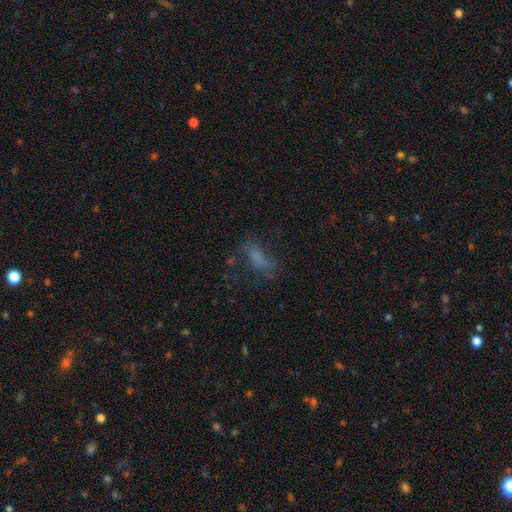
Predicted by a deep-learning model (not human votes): Morphology: type=smooth (54%); roundness=in between (62%); merging=none (49%).